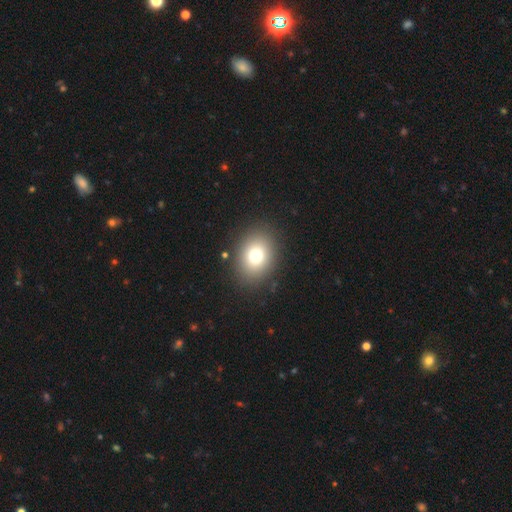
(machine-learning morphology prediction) Smooth or featured? smooth (76%)
How rounded? in between (53%)
Merging? none (88%)